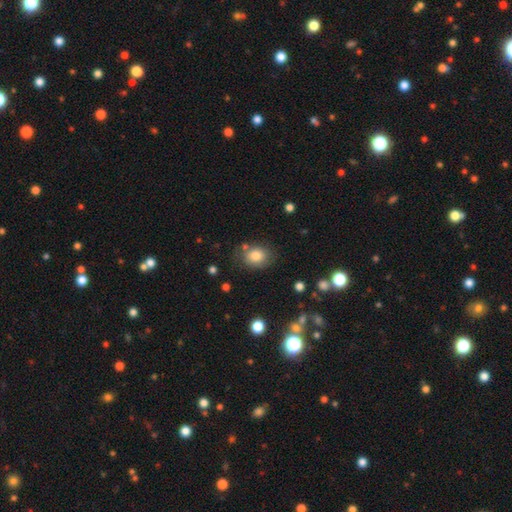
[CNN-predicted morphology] Smooth or featured?
  - smooth: 80% *
  - featured or disk: 11%
  - star or artifact: 9%
How rounded?
  - in between: 53% *
  - round: 46%
  - cigar-shaped: 1%
Merging?
  - none: 72% *
  - minor disturbance: 17%
  - major disturbance: 5%
  - merger: 5%